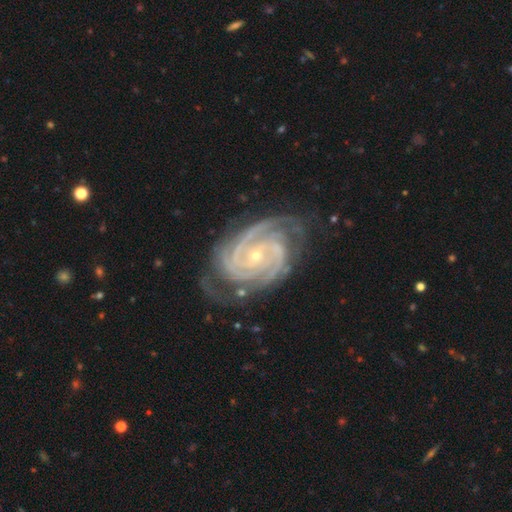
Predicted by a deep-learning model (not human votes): featured or disk 94%, star or artifact 4%, smooth 2%. Down the decision tree: edge-on disk — no (98%); bar — no (61%); spiral arms — yes (99%); spiral arm count — 3 (33%); spiral winding — tight (78%); bulge size — small (79%); merging — none (71%).